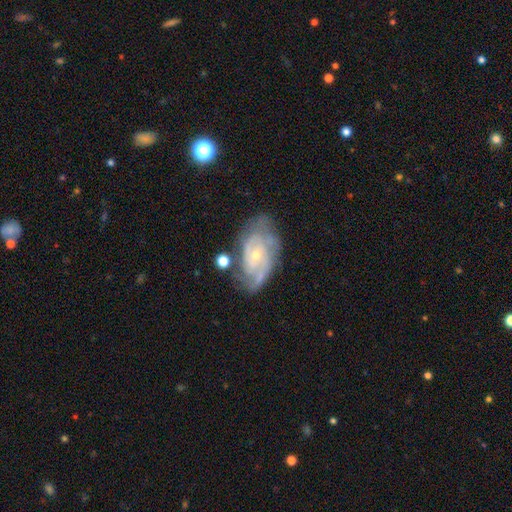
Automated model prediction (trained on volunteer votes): smooth-or-featured: featured or disk: 83% | smooth: 10% | star or artifact: 6%
  disk-edge-on: no: 96% | yes: 4%
    bar: no: 70% | weak: 25% | strong: 5%
    has-spiral-arms: yes: 93% | no: 7%
      spiral-winding: tight: 59% | medium: 33% | loose: 8%
      spiral-arm-count: 2: 33% | can't tell: 31% | 3: 20% | 4: 7% | 1: 5% | more than 4: 4%
    bulge-size: small: 71% | moderate: 26% | none: 1% | large: 1% | dominant: 1%
  merging: none: 63% | minor disturbance: 22% | major disturbance: 10% | merger: 5%